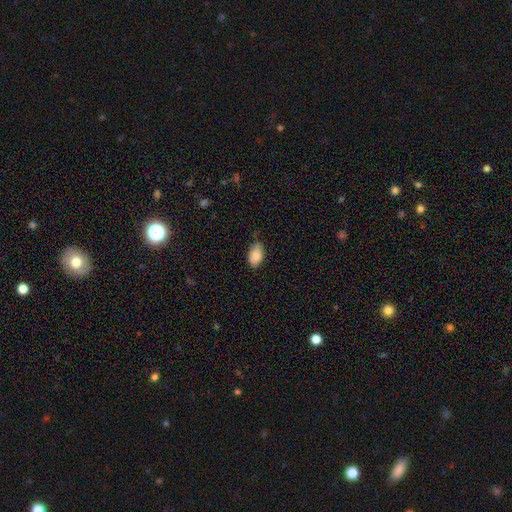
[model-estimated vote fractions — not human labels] The model was most divided on "merging": none: 63%, minor disturbance: 30%, major disturbance: 5%, merger: 2%. More confident: how rounded — in between (92%); smooth or featured — smooth (88%).